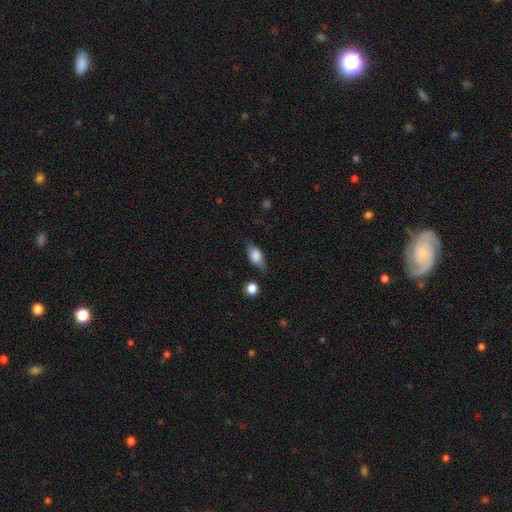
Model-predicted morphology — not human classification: Overall: smooth (76%). How rounded: in between (84%). Merging: none (69%).